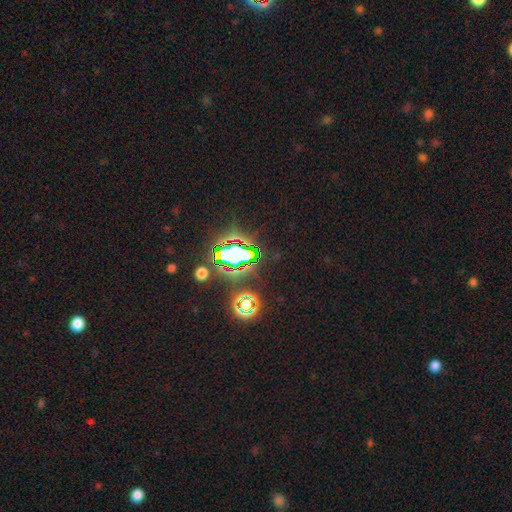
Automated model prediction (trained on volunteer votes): smooth-or-featured: star or artifact: 76% | smooth: 14% | featured or disk: 10%